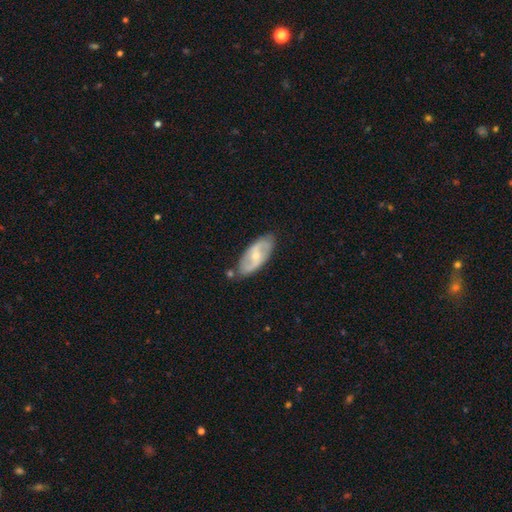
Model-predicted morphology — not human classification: type=featured or disk (71%); edge-on=no (92%); bar=weak (43%); spiral arms=yes (85%); winding=medium (42%); arm count=2 (86%); bulge=small (63%); merging=none (77%).